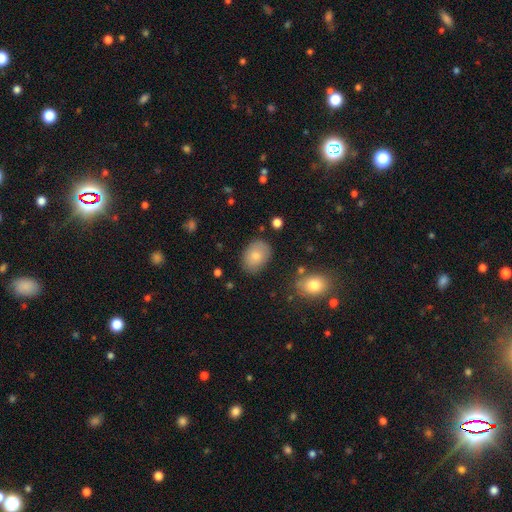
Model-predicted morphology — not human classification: type=smooth (80%); roundness=in between (71%); merging=none (79%).